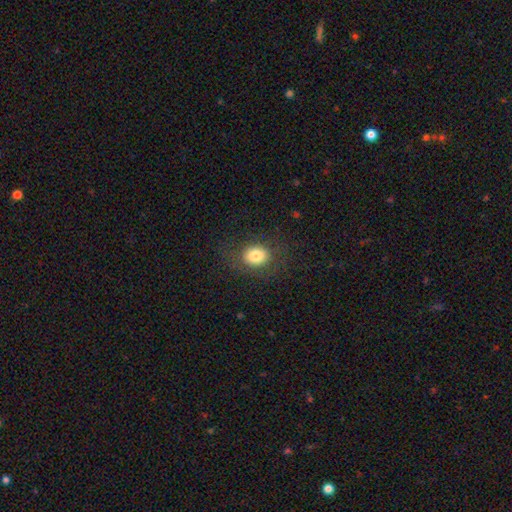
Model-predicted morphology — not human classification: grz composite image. It shows a smooth galaxy with no disk features (80%) that is round (55%). Merging: none (80%).